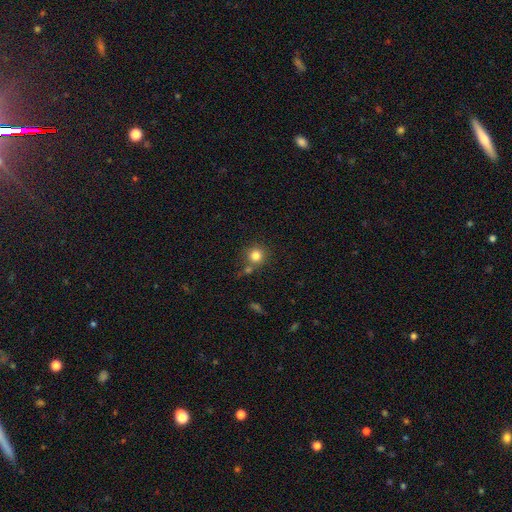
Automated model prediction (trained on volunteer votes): Overall: smooth (82%). How rounded: round (91%). Merging: none (69%).